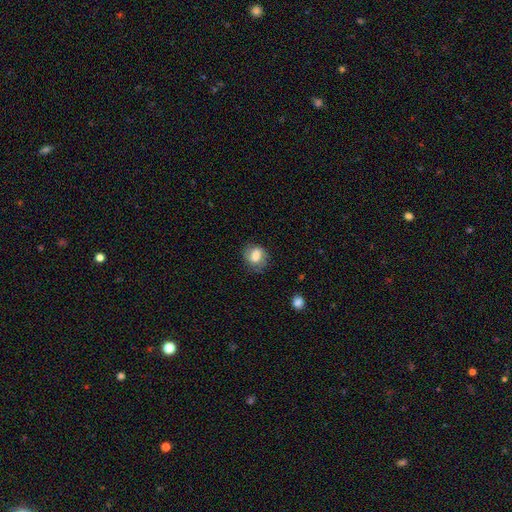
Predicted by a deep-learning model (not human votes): Smooth or featured: smooth — 71% (featured or disk — 20%)
How rounded: round — 54% (in between — 44%)
Merging: none — 65% (minor disturbance — 24%)